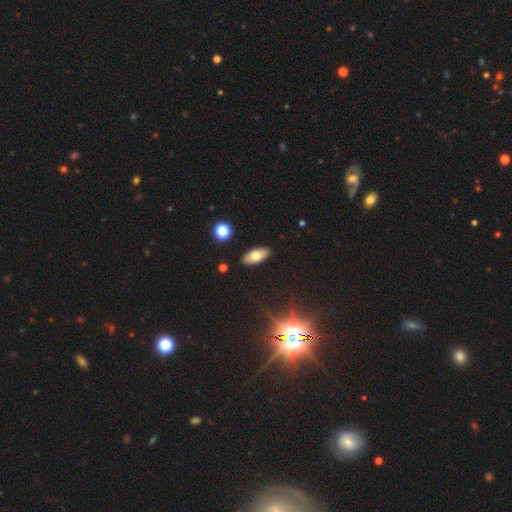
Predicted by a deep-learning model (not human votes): smooth 75%, featured or disk 16%, star or artifact 9%. Down the decision tree: how rounded — in between (87%); merging — none (88%).